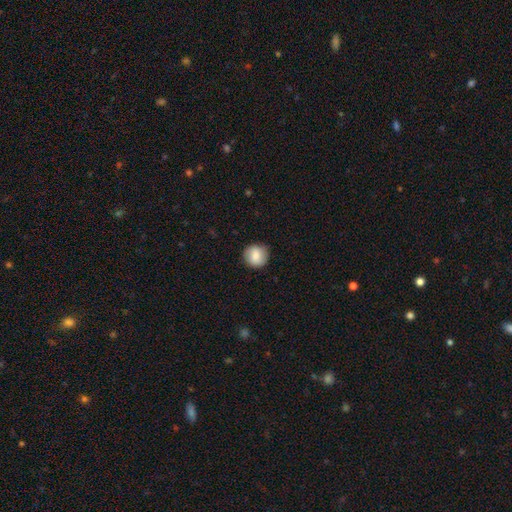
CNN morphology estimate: type=smooth (83%); roundness=round (91%); merging=none (86%).